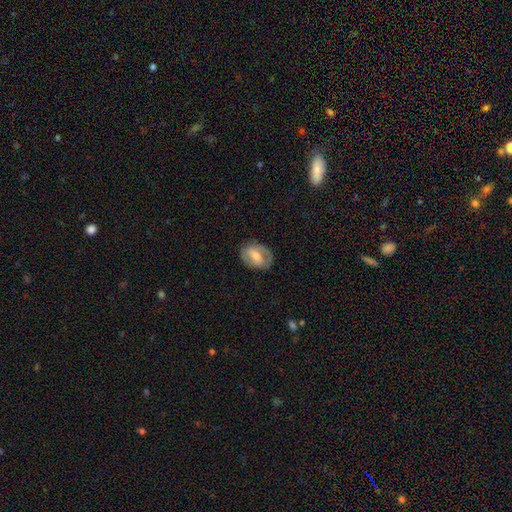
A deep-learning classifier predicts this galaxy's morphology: featured or disk 55%, smooth 39%, star or artifact 6%. Down the decision tree: edge-on disk — no (94%); bar — weak (40%); spiral arms — yes (58%); bulge size — moderate (55%); merging — none (75%).